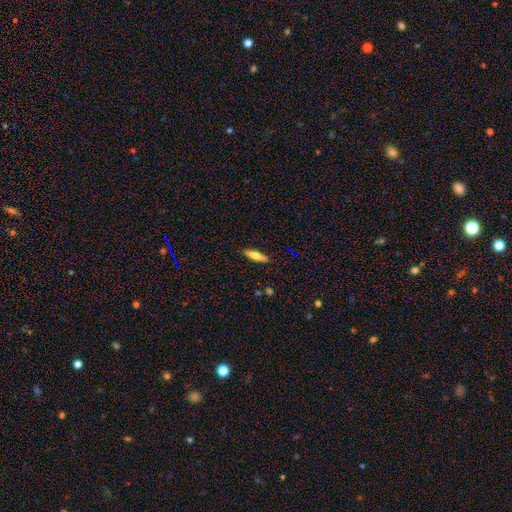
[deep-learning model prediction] The model was most divided on "smooth or featured": smooth: 68%, featured or disk: 25%, star or artifact: 7%. More confident: merging — none (88%); how rounded — cigar-shaped (71%).